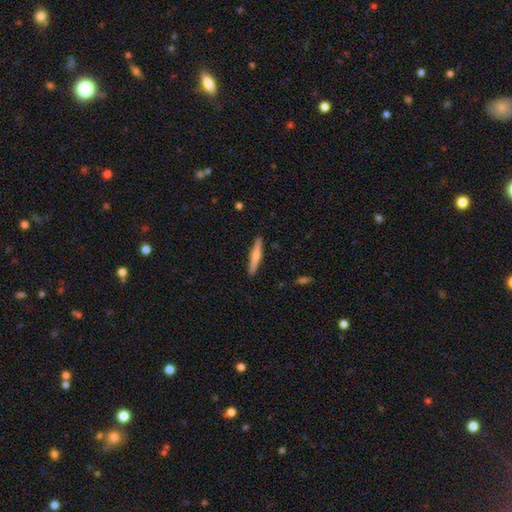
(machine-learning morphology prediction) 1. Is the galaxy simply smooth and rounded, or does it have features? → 53% smooth, 41% featured or disk, 6% star or artifact.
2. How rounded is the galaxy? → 93% cigar-shaped, 6% in between, 2% round.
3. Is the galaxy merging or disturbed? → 91% none, 7% minor disturbance, 1% major disturbance, 1% merger.